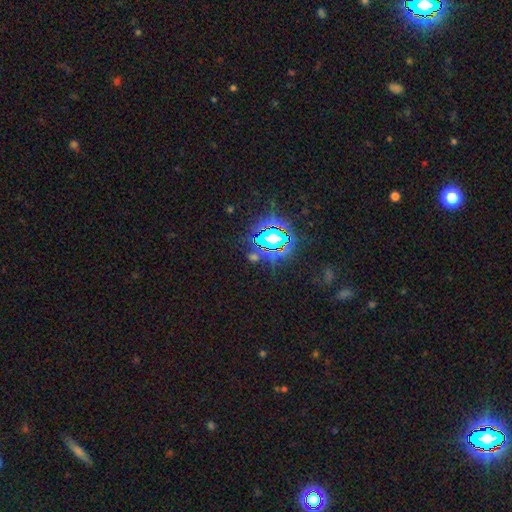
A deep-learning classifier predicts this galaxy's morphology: This is likely a star or artifact rather than a galaxy (77%).